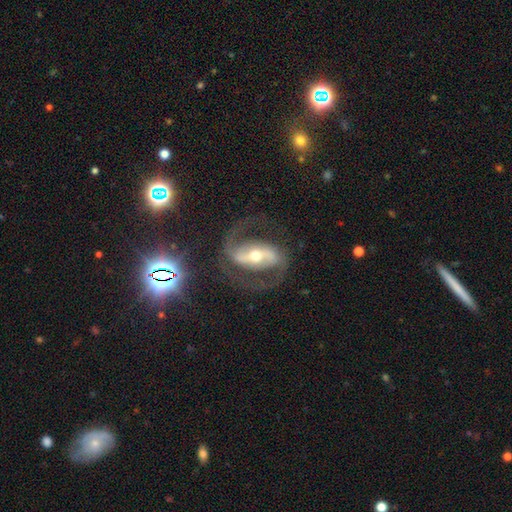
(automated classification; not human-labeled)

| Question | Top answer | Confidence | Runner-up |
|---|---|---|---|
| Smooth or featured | featured or disk | 88% | star or artifact (6%) |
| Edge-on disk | no | 97% | yes (3%) |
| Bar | strong | 58% | weak (27%) |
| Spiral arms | yes | 96% | no (4%) |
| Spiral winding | medium | 58% | loose (27%) |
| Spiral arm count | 2 | 93% | can't tell (2%) |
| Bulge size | moderate | 62% | small (31%) |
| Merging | none | 76% | minor disturbance (11%) |